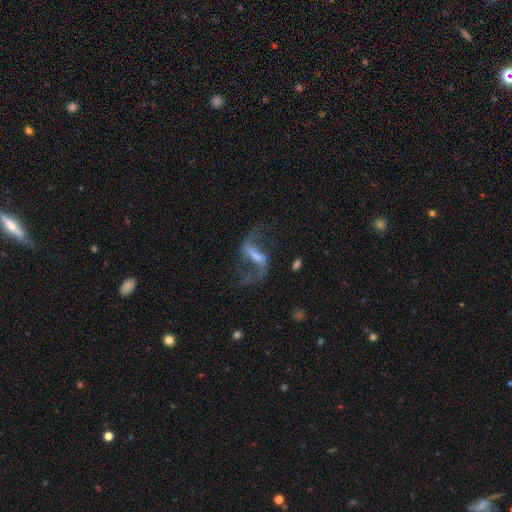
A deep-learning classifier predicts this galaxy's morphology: Q: Smooth or featured?
A: featured or disk (85%); runner-up: star or artifact (8%)
Q: Edge-on disk?
A: no (93%); runner-up: yes (7%)
Q: Bar?
A: strong (59%); runner-up: weak (32%)
Q: Spiral arms?
A: yes (93%); runner-up: no (7%)
Q: Spiral winding?
A: loose (83%); runner-up: medium (14%)
Q: Spiral arm count?
A: 2 (92%); runner-up: 1 (3%)
Q: Bulge size?
A: small (36%); runner-up: none (31%)
Q: Merging?
A: none (69%); runner-up: major disturbance (16%)